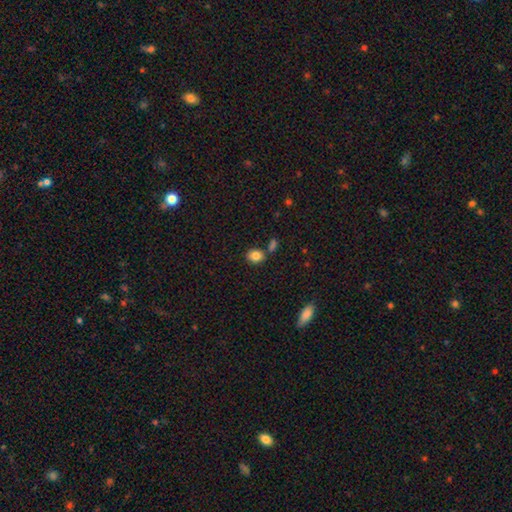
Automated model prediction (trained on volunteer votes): The model was most divided on "how rounded": in between: 53%, round: 46%, cigar-shaped: 1%. More confident: smooth or featured — smooth (84%); merging — none (71%).